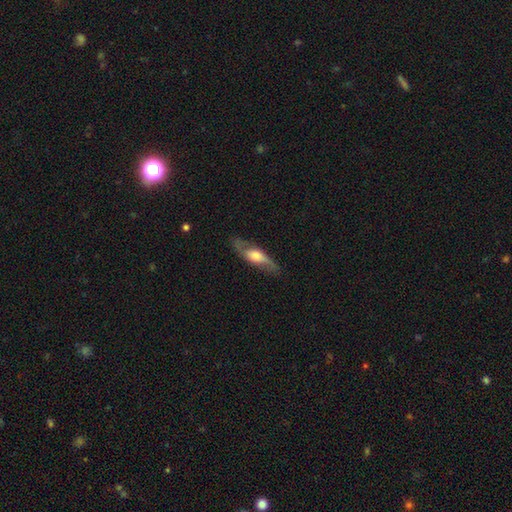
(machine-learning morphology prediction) This is likely a featured or disk galaxy (63%). It is possibly not viewed edge-on (58%). Merging: likely none (77%).